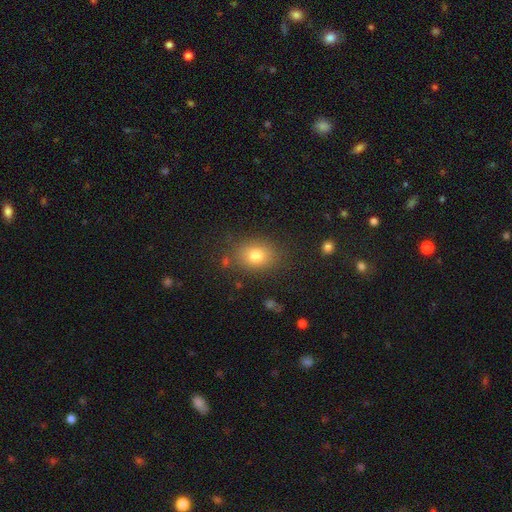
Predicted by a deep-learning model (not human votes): Morphology: type=smooth (78%); roundness=in between (57%); merging=none (82%).